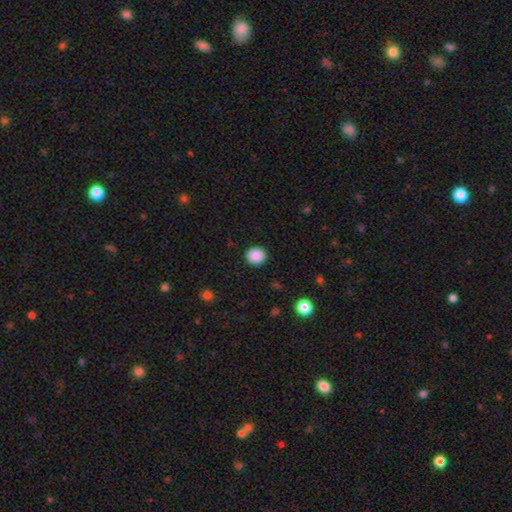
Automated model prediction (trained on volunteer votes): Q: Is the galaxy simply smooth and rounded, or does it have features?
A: smooth — 89%.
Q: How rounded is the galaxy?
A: round — 80%.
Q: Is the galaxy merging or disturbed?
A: none — 91%.